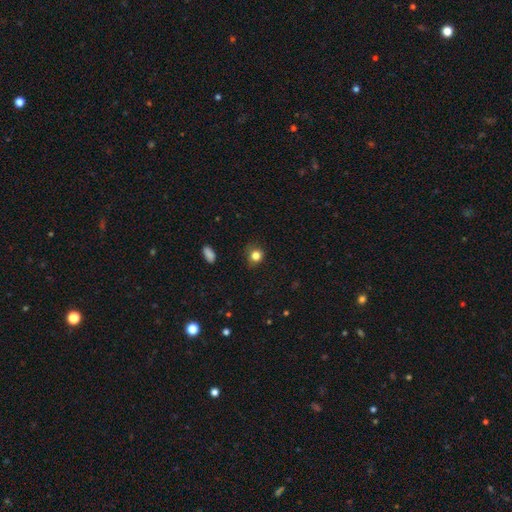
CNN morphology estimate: Smooth or featured?
  - smooth: 82% *
  - star or artifact: 12%
  - featured or disk: 6%
How rounded?
  - round: 78% *
  - in between: 21%
  - cigar-shaped: 1%
Merging?
  - none: 73% *
  - minor disturbance: 21%
  - major disturbance: 5%
  - merger: 1%